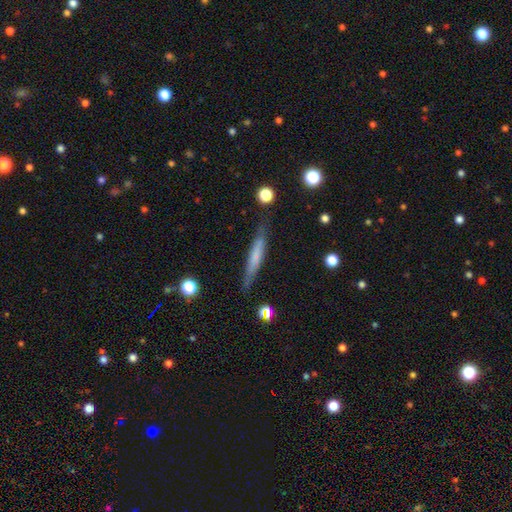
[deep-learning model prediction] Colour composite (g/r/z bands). It shows a smooth galaxy with no disk features (53%) that is cigar-shaped (92%). Merging: none (80%).